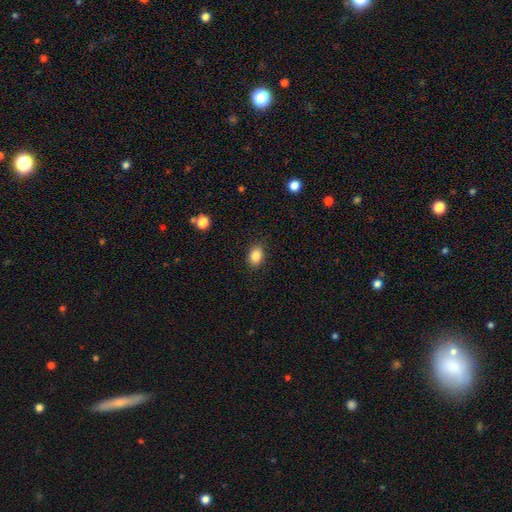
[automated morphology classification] Smooth or featured? Predicted: smooth (p=0.86). How rounded? Predicted: in between (p=0.66). Merging? Predicted: none (p=0.85).